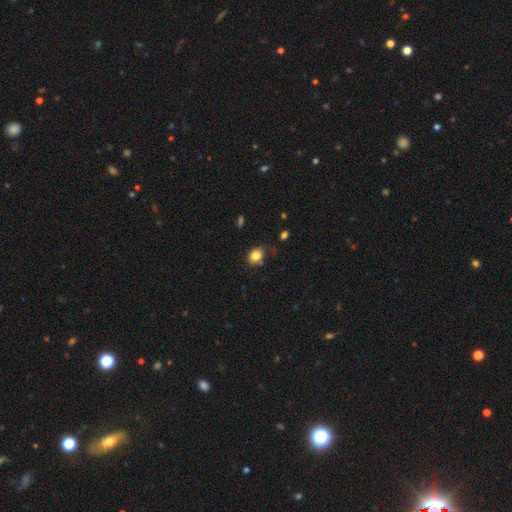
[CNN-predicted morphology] type=smooth (82%); roundness=in between (57%); merging=none (62%).